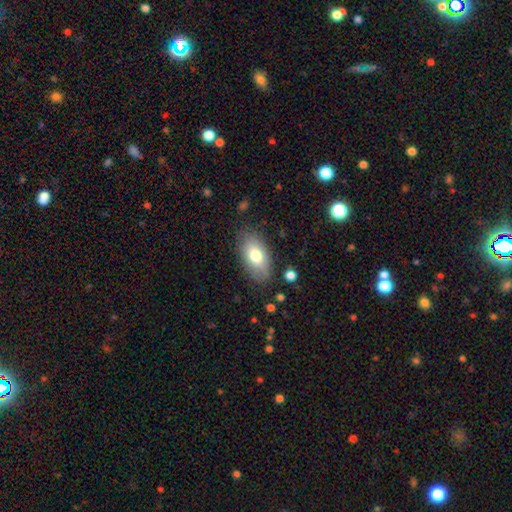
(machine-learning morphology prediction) This is likely a smooth galaxy (72%). How rounded: clearly in between (92%). Merging: clearly none (81%).